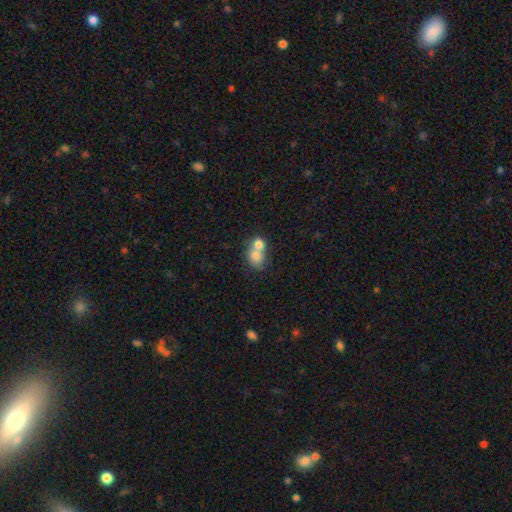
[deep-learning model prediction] This appears to be a smooth galaxy with no disk features (74%) that is round (58%). Merging: merger (66%).